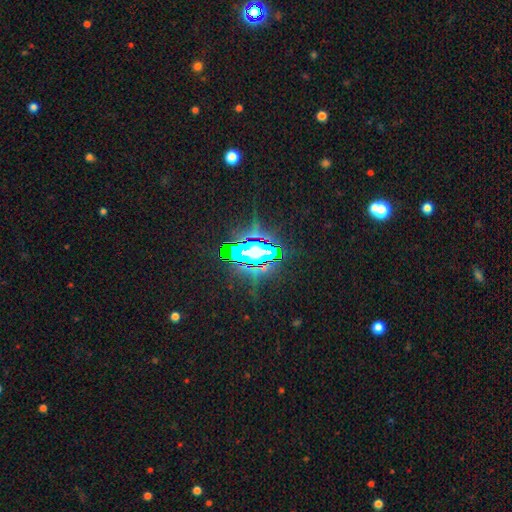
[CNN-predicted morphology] A star or artifact, not a galaxy (66%).